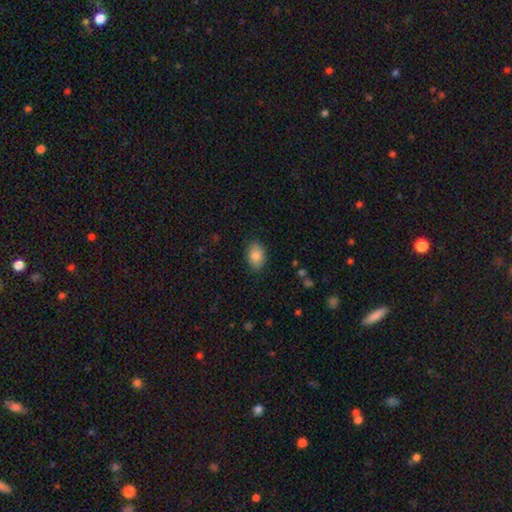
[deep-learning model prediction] The model was most divided on "how rounded": in between: 87%, round: 12%, cigar-shaped: 1%. More confident: merging — none (86%); smooth or featured — smooth (85%).